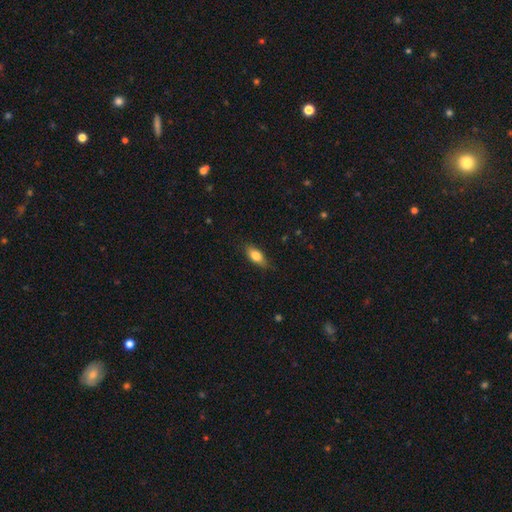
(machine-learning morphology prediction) This is likely a smooth galaxy (79%). How rounded: clearly in between (81%). Merging: clearly none (80%).